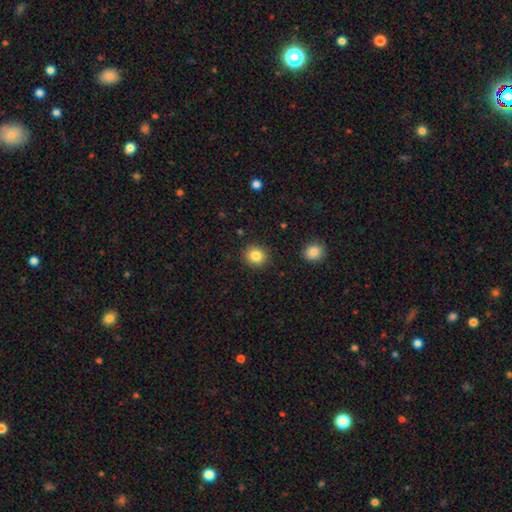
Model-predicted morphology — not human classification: A smooth galaxy with no disk features (85%) that is round (83%). Merging: none (90%).